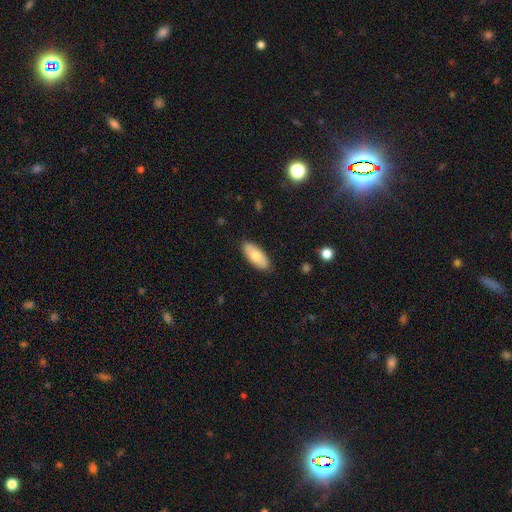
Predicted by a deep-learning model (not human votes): Smooth or featured: smooth — 75% (featured or disk — 20%)
How rounded: in between — 85% (cigar-shaped — 13%)
Merging: none — 87% (minor disturbance — 10%)